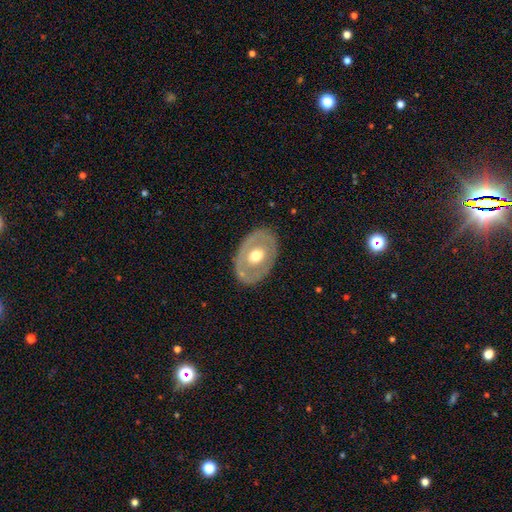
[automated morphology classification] Overall: featured or disk (53%; smooth 42%). Edge-on disk: no (90%). Merging: none (81%).